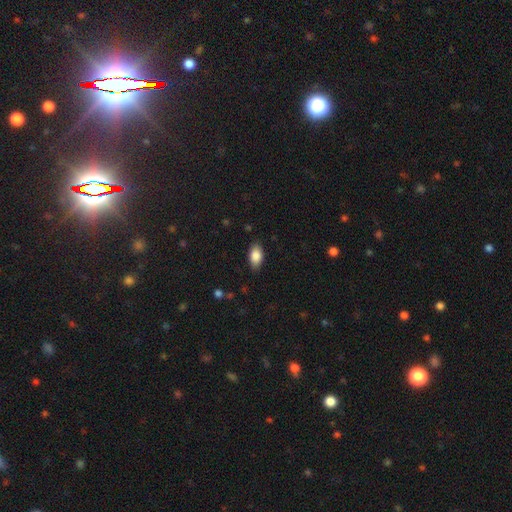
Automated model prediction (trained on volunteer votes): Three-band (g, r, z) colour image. It shows a smooth galaxy with no disk features (86%) that is in between round and cigar-shaped (91%). Merging: none (84%).